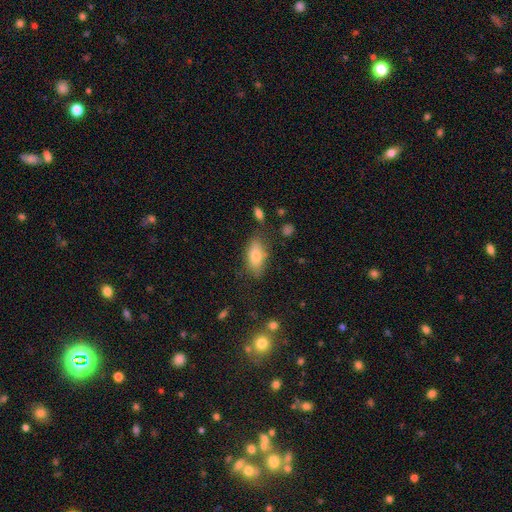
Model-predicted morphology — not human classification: This appears to be a smooth galaxy with no disk features (79%) that is in between round and cigar-shaped (87%). Merging: none (73%).